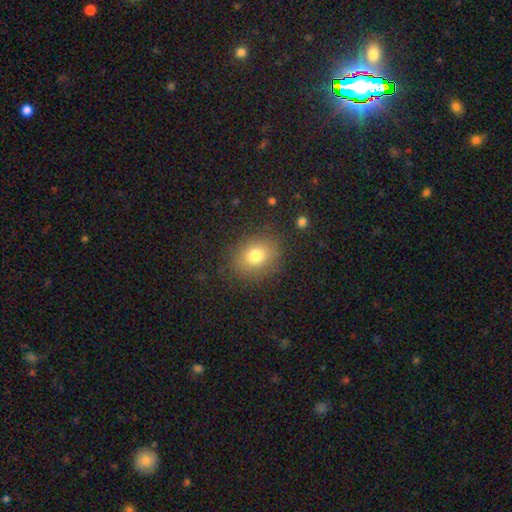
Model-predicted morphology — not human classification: This appears to be a smooth galaxy with no disk features (78%) that is in between round and cigar-shaped (50%). Merging: none (83%).